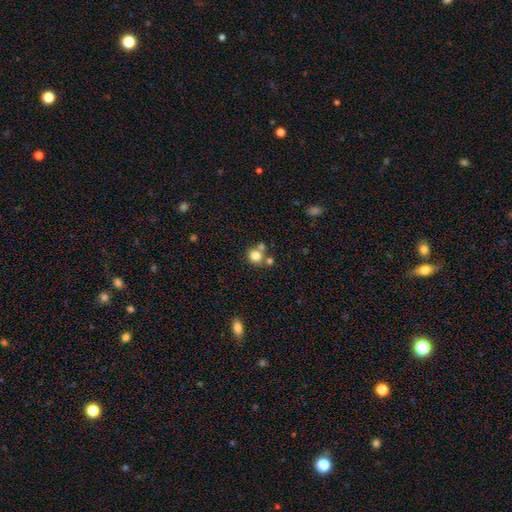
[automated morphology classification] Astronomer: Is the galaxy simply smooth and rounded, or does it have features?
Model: smooth — 79%.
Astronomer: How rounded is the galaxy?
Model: round — 85%.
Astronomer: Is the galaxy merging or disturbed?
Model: none — 58%.